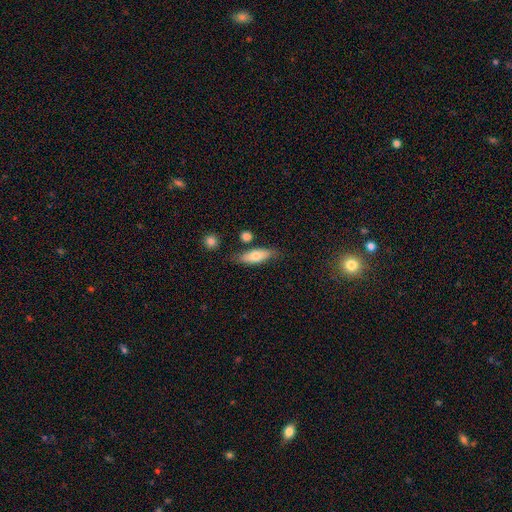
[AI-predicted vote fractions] A smooth galaxy with no disk features (72%) that is in between round and cigar-shaped (64%). Merging: none (73%).